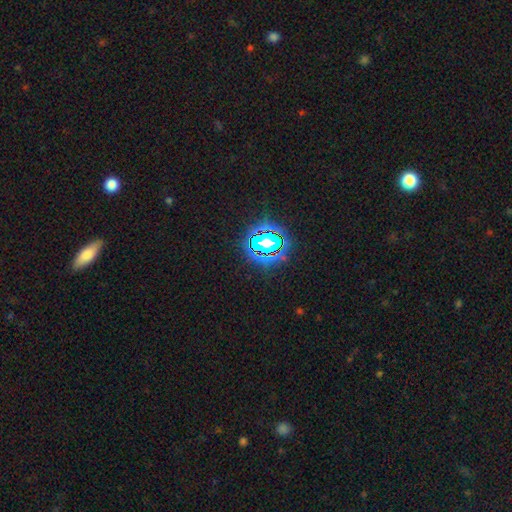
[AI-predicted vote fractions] A star or artifact, not a galaxy (78%).